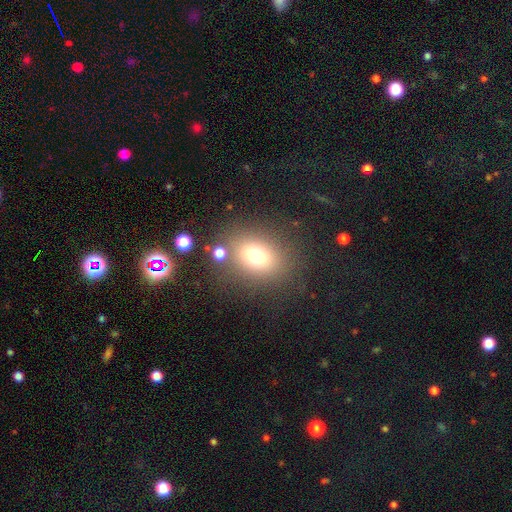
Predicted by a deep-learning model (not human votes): Smooth or featured: smooth — 72% (star or artifact — 17%)
How rounded: in between — 51% (round — 48%)
Merging: none — 76% (minor disturbance — 11%)